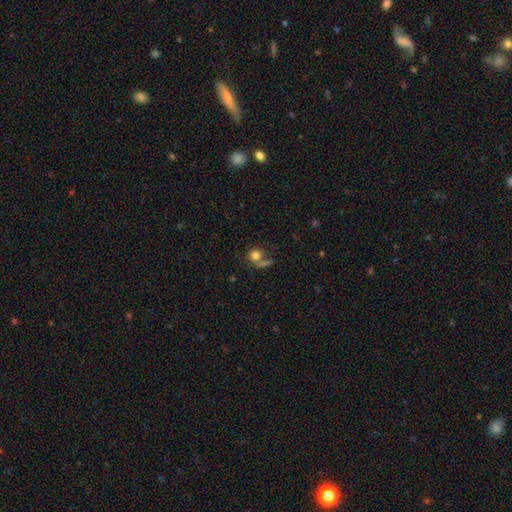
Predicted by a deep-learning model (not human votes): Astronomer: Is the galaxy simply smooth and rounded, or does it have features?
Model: smooth — 78%.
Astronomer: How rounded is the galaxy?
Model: round — 83%.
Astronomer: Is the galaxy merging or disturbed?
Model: none — 53%.